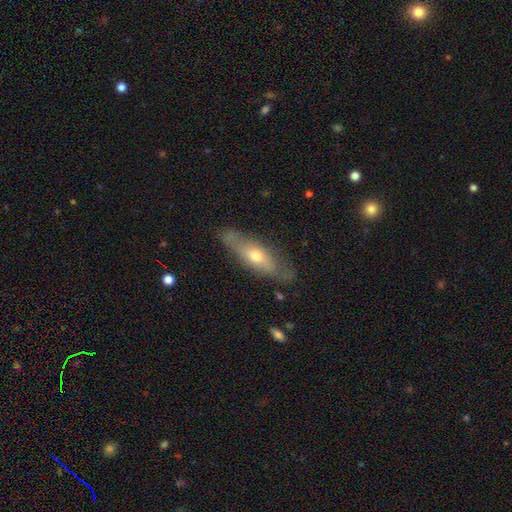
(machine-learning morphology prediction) The model was most divided on "how rounded": cigar-shaped: 52%, in between: 45%, round: 3%. More confident: merging — none (76%); smooth or featured — smooth (51%).